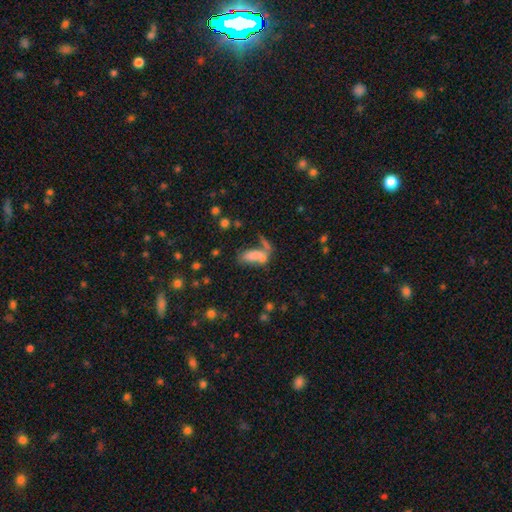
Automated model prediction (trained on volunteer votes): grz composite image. It shows a smooth galaxy with no disk features (73%) that is in between round and cigar-shaped (73%). Merging: merger (36%).